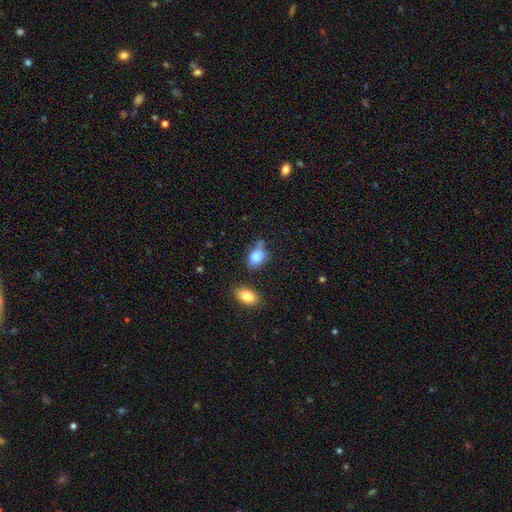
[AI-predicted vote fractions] Overall: smooth (79%). How rounded: in between (67%; round 31%). Merging: none (47%; minor disturbance 28%).